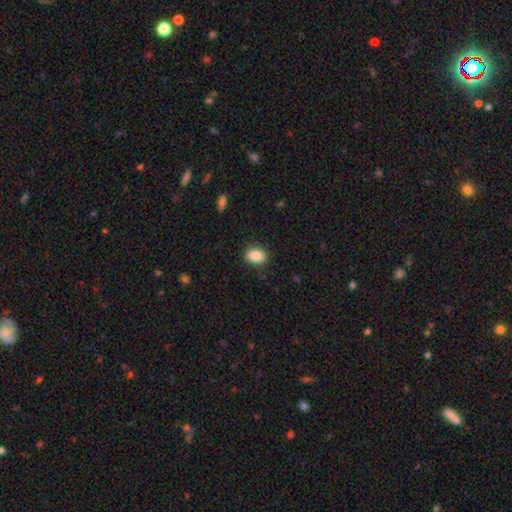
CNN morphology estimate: smooth 89%, star or artifact 8%, featured or disk 4%. Down the decision tree: how rounded — in between (82%); merging — none (86%).